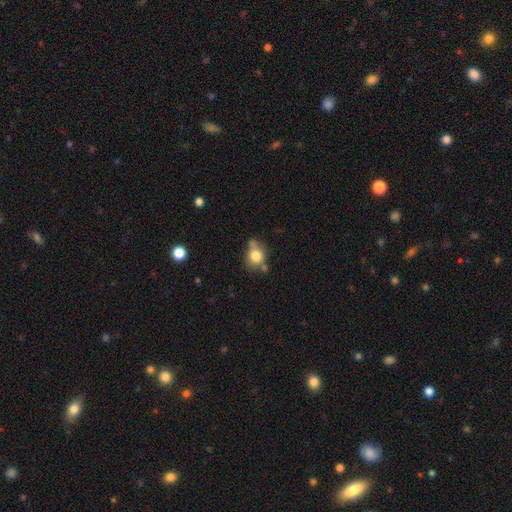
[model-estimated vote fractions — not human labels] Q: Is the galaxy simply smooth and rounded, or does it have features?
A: smooth — 76%.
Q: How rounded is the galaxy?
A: round — 66%.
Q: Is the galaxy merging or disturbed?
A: none — 49%.